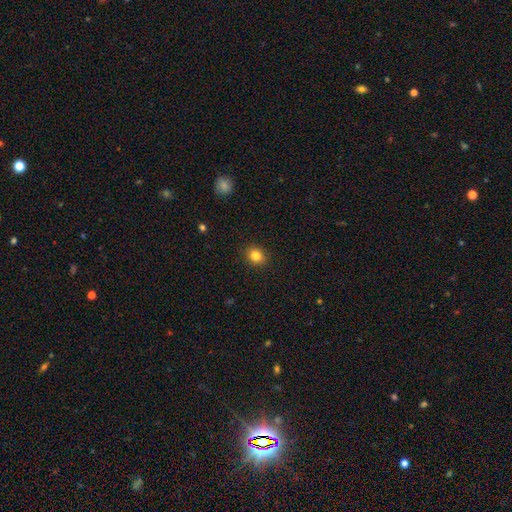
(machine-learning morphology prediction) smooth_or_featured: smooth (p=0.83) [alt: star or artifact p=0.11]
how_rounded: round (p=0.70) [alt: in between p=0.29]
merging: none (p=0.90) [alt: minor disturbance p=0.07]